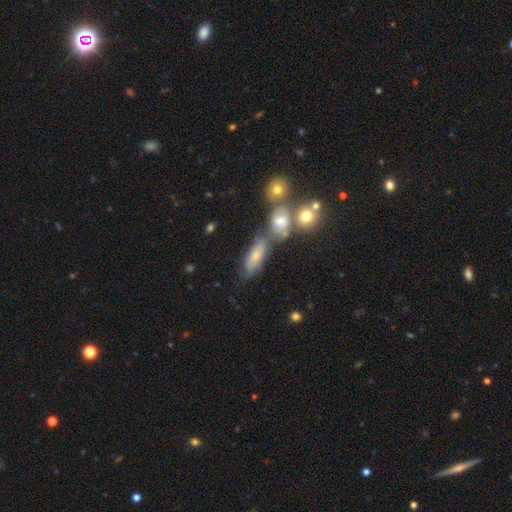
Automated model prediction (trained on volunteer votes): Smooth or featured? smooth (70%)
How rounded? in between (63%)
Merging? none (49%)